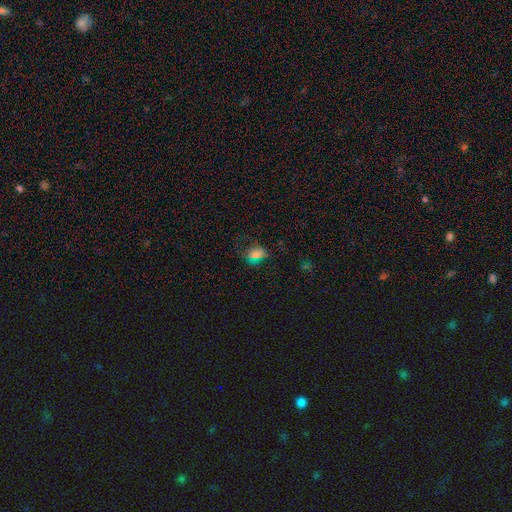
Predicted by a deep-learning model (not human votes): smooth_or_featured: smooth (p=0.61) [alt: star or artifact p=0.30]
how_rounded: in between (p=0.58) [alt: round p=0.39]
merging: none (p=0.74) [alt: minor disturbance p=0.17]